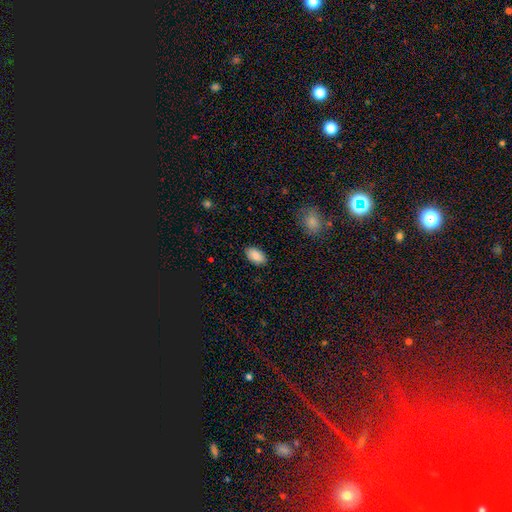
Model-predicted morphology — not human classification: Overall: smooth (88%). How rounded: in between (94%). Merging: none (88%).